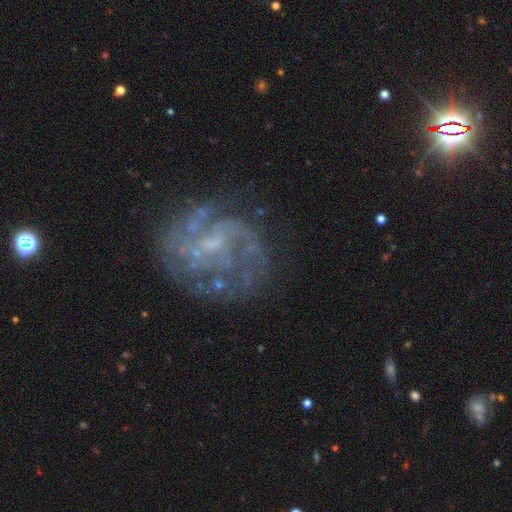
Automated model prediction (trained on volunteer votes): A featured or disk galaxy (79%) with no bar (50%), medium (41%) spiral arms (79%) and a small central bulge (47%).

Vote fractions:
- Smooth or featured? featured or disk: 79% / smooth: 11% / star or artifact: 10%
- Edge-on disk? no: 98% / yes: 2%
- Bar? no: 50% / weak: 41% / strong: 9%
- Spiral arms? yes: 79% / no: 21%
- Spiral winding? medium: 41% / tight: 38% / loose: 21%
- Spiral arm count? can't tell: 39% / 2: 27% / 3: 15% / 1: 7% / 4: 7% / more than 4: 5%
- Bulge size? small: 47% / none: 31% / moderate: 19% / large: 2% / dominant: 1%
- Merging? none: 64% / minor disturbance: 17% / major disturbance: 16% / merger: 3%